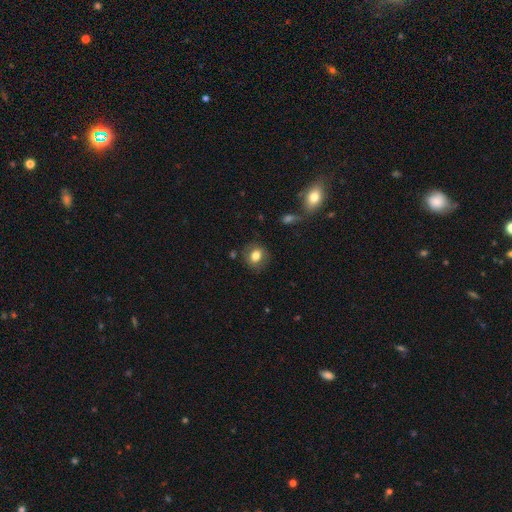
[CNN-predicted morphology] smooth_or_featured: smooth (p=0.78) [alt: featured or disk p=0.12]
how_rounded: round (p=0.64) [alt: in between p=0.35]
merging: none (p=0.84) [alt: minor disturbance p=0.11]